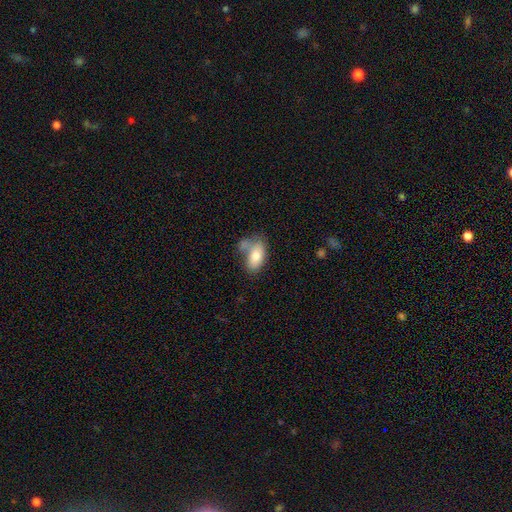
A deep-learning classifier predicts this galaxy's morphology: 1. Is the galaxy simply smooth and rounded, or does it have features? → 77% smooth, 16% featured or disk, 7% star or artifact.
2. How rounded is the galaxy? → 92% in between, 5% round, 3% cigar-shaped.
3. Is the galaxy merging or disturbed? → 45% none, 28% merger, 19% minor disturbance, 8% major disturbance.